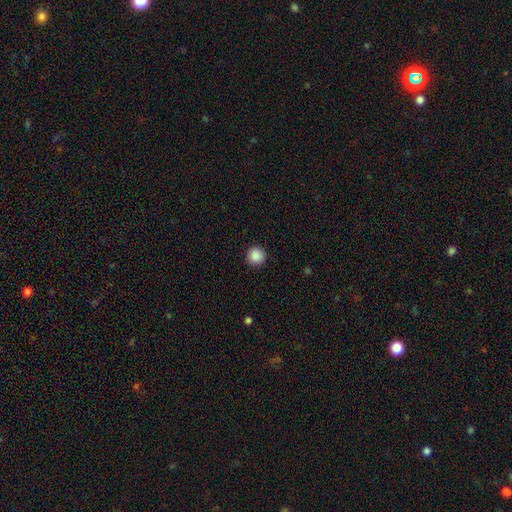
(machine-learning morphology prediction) Smooth or featured? smooth (88%)
How rounded? round (95%)
Merging? none (92%)